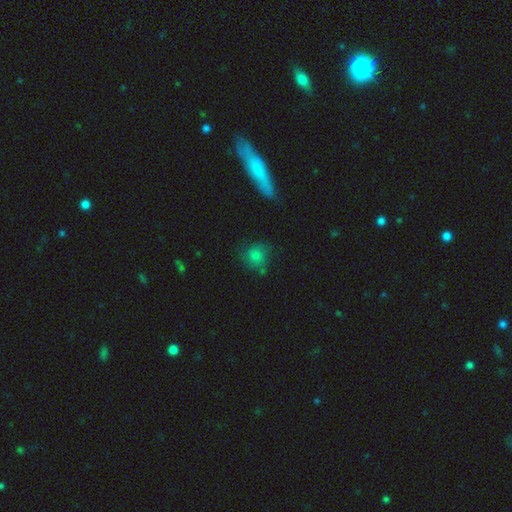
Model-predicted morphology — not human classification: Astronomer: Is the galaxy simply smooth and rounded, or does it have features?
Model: smooth — 67%.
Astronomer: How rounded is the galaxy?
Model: round — 75%.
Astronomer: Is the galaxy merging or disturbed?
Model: none — 63%.